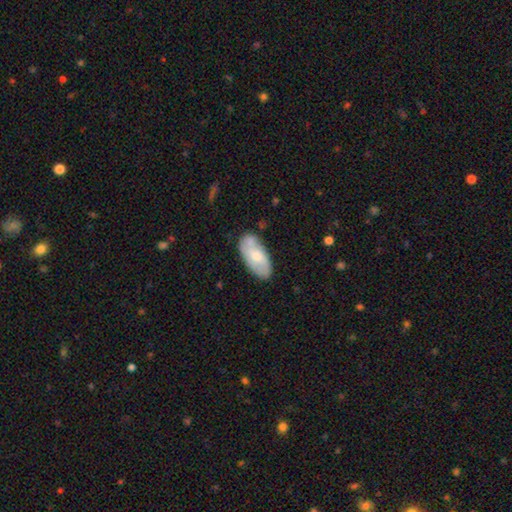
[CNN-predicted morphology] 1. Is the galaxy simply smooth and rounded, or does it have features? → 61% smooth, 33% featured or disk, 6% star or artifact.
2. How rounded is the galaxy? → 91% in between, 6% cigar-shaped, 2% round.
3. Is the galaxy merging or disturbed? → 66% none, 23% minor disturbance, 7% merger, 5% major disturbance.